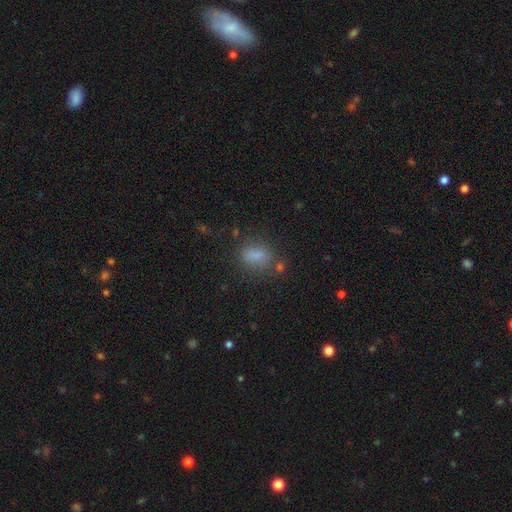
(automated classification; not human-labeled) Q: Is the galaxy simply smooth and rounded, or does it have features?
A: smooth — 78%.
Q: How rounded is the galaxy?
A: in between — 73%.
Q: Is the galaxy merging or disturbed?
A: none — 69%.